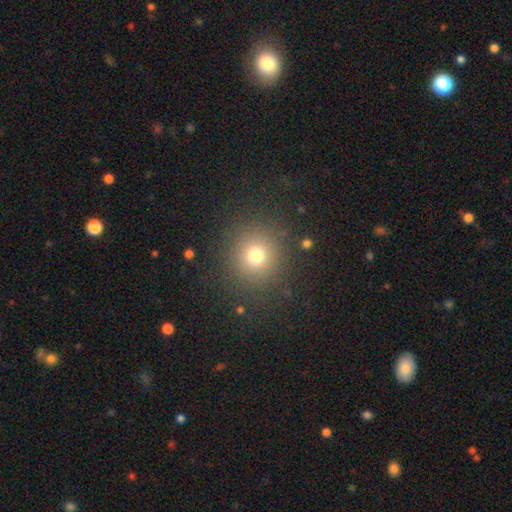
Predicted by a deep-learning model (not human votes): A smooth galaxy with no disk features (75%) that is round (91%). Merging: none (87%).